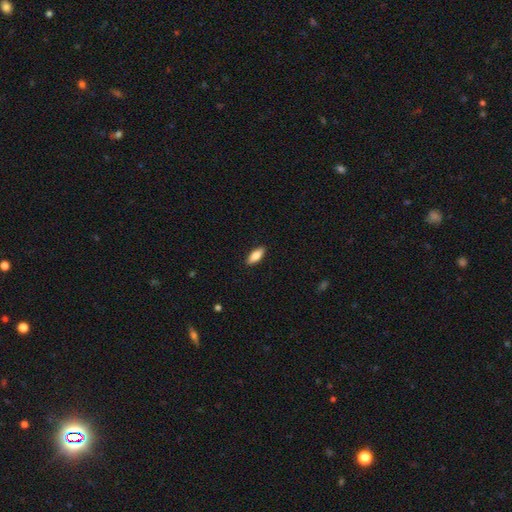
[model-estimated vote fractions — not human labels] Smooth or featured? Predicted: smooth (p=0.79). How rounded? Predicted: in between (p=0.73). Merging? Predicted: none (p=0.89).